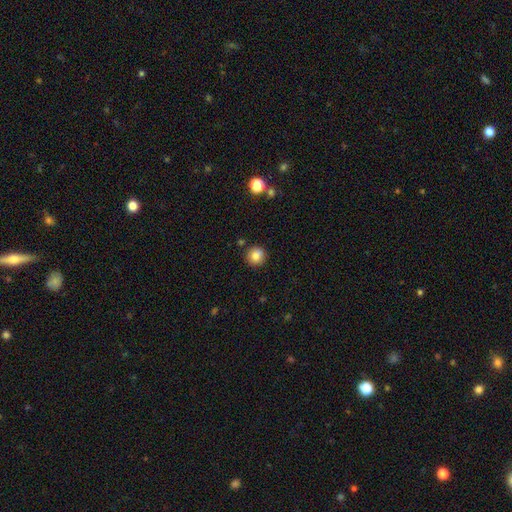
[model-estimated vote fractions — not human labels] smooth 83%, star or artifact 10%, featured or disk 6%. Down the decision tree: how rounded — round (93%); merging — none (89%).